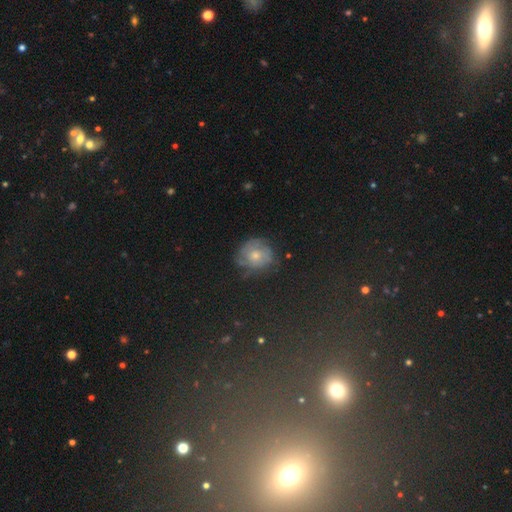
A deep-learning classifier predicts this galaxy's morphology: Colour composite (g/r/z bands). It shows a smooth galaxy with no disk features (45%). Merging: none (62%).